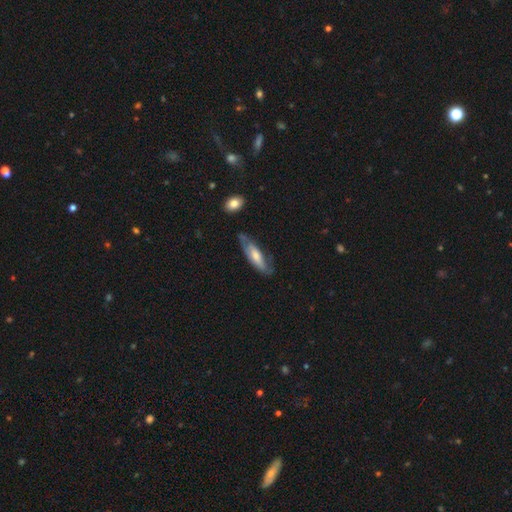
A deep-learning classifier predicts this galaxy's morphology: smooth 50%, featured or disk 44%, star or artifact 6%. Down the decision tree: how rounded — in between (50%); merging — none (58%).